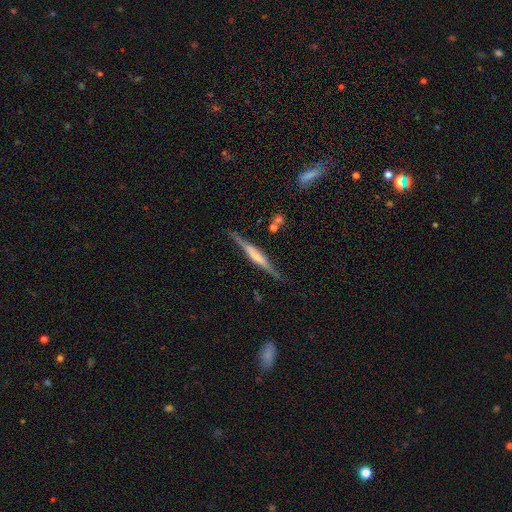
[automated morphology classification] This appears to be a featured or disk galaxy (69%) viewed edge-on (97%) with a boxy central bulge (41%). Merging: none (85%).